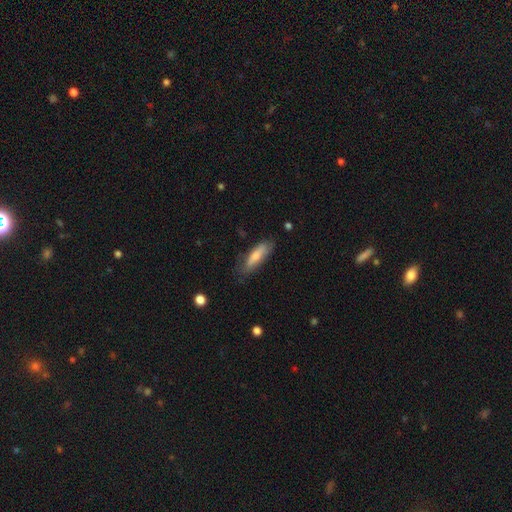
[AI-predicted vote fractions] Overall: smooth (66%; featured or disk 28%). How rounded: cigar-shaped (57%; in between 41%). Merging: none (73%).